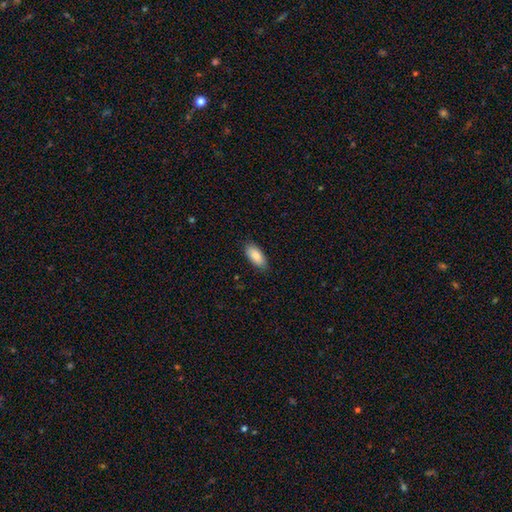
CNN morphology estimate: smooth-or-featured: smooth: 88% | star or artifact: 6% | featured or disk: 6%
  how-rounded: in between: 89% | cigar-shaped: 9% | round: 2%
  merging: none: 86% | minor disturbance: 11% | major disturbance: 2% | merger: 1%